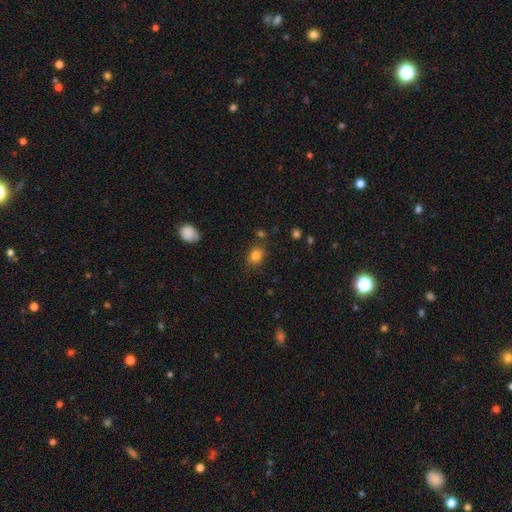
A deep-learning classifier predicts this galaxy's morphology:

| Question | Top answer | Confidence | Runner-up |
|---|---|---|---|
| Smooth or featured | smooth | 82% | star or artifact (12%) |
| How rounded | round | 54% | in between (45%) |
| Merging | none | 80% | minor disturbance (12%) |